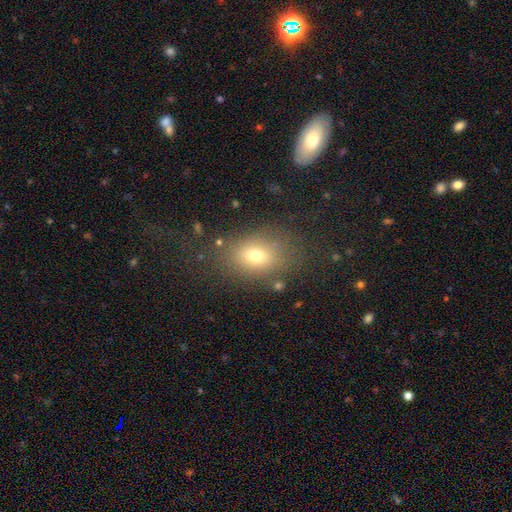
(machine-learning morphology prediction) Overall: smooth (70%). How rounded: in between (73%). Merging: none (73%).